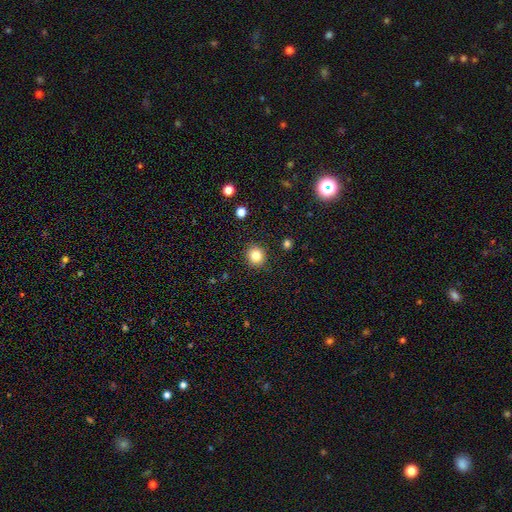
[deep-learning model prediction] A smooth galaxy with no disk features (81%) that is round (90%). Merging: none (91%).